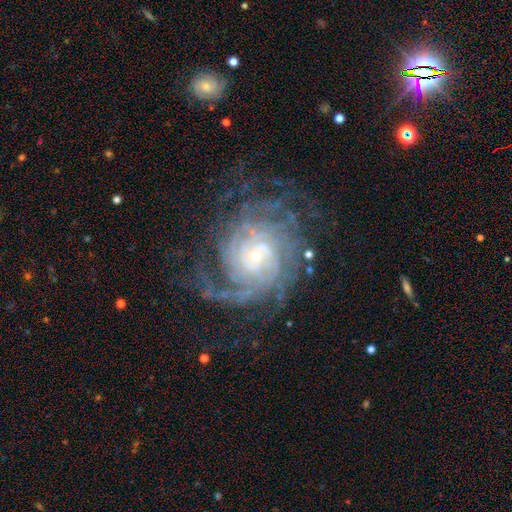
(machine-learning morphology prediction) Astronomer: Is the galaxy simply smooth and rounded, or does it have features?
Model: featured or disk — 89%.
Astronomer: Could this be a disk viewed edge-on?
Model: no — 97%.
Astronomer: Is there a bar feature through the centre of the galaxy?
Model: no — 70%.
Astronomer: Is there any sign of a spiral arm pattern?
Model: yes — 97%.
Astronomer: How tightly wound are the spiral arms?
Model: tight — 71%.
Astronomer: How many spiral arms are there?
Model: can't tell — 28% (runner-up: more than 4, 20%).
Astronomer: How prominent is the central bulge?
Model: small — 78%.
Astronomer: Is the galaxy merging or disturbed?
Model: none — 67%.